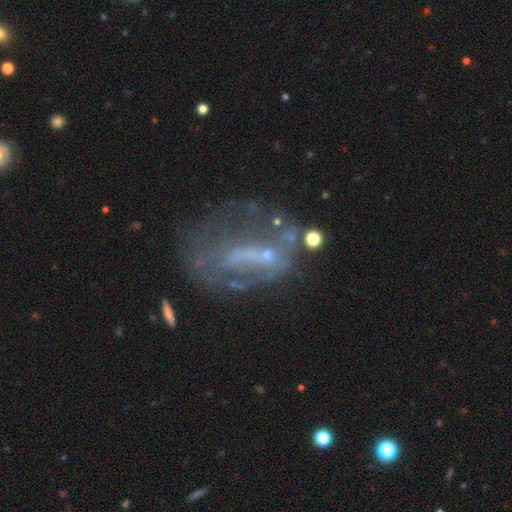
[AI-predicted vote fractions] A featured or disk galaxy (65%) with no bar (49%), no spiral arms (67%) and a small central bulge (46%).

Vote fractions:
- Smooth or featured? featured or disk: 65% / smooth: 19% / star or artifact: 16%
- Edge-on disk? no: 94% / yes: 6%
- Bar? no: 49% / weak: 32% / strong: 19%
- Spiral arms? no: 67% / yes: 33%
- Bulge size? small: 46% / none: 38% / moderate: 13% / large: 2% / dominant: 1%
- Merging? none: 40% / major disturbance: 33% / minor disturbance: 20% / merger: 7%